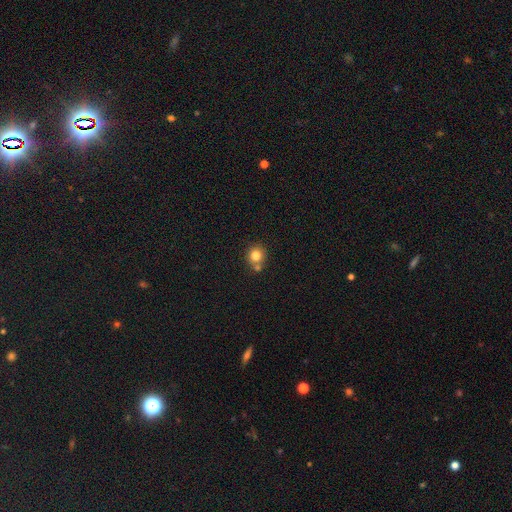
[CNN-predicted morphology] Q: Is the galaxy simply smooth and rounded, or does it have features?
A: smooth — 80%.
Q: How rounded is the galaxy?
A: round — 86%.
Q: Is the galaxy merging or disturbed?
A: none — 61%.